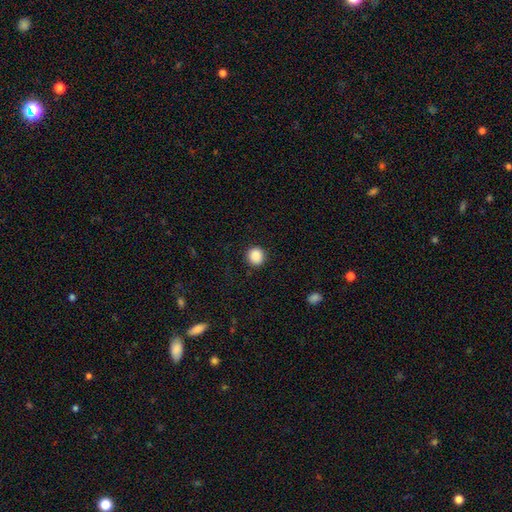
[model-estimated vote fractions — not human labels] smooth 89%, star or artifact 9%, featured or disk 2%. Down the decision tree: how rounded — round (88%); merging — none (90%).